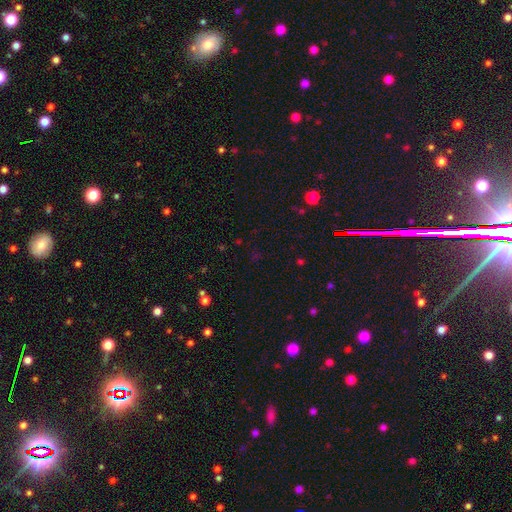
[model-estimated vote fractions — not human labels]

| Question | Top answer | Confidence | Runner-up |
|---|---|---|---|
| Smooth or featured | star or artifact | 63% | smooth (30%) |